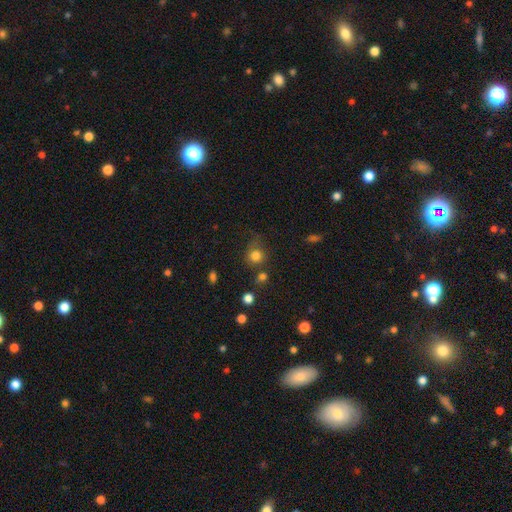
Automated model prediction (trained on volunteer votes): smooth_or_featured: smooth (p=0.79) [alt: star or artifact p=0.14]
how_rounded: round (p=0.84) [alt: in between p=0.15]
merging: none (p=0.62) [alt: minor disturbance p=0.19]